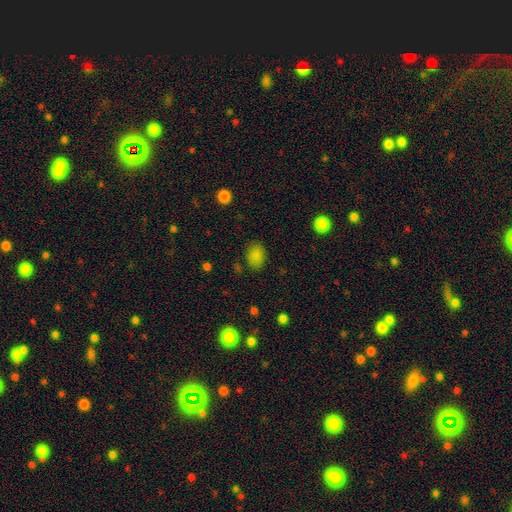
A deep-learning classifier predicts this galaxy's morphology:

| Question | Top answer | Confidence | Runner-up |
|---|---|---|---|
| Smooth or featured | smooth | 83% | star or artifact (12%) |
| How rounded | in between | 71% | round (28%) |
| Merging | none | 81% | minor disturbance (13%) |